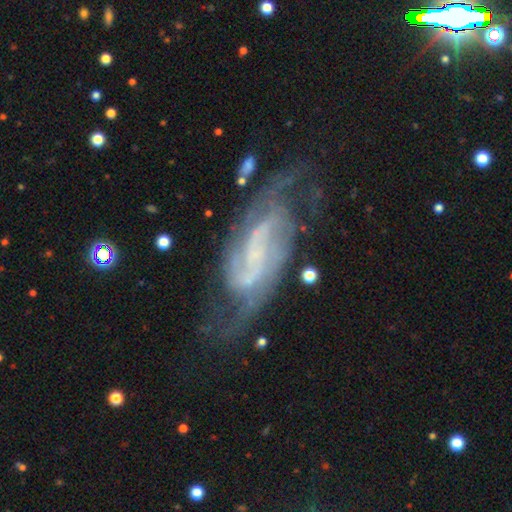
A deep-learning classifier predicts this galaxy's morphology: Smooth or featured?
  - featured or disk: 86% *
  - smooth: 7%
  - star or artifact: 7%
Edge-on disk?
  - no: 94% *
  - yes: 6%
Bar?
  - weak: 44% *
  - no: 32%
  - strong: 24%
Spiral arms?
  - yes: 95% *
  - no: 5%
Spiral winding?
  - medium: 47% *
  - tight: 32%
  - loose: 20%
Spiral arm count?
  - 2: 63% *
  - can't tell: 16%
  - 3: 10%
  - 4: 4%
  - 1: 4%
  - more than 4: 3%
Bulge size?
  - small: 46% *
  - none: 40%
  - moderate: 11%
  - large: 2%
  - dominant: 1%
Merging?
  - none: 64% *
  - minor disturbance: 20%
  - major disturbance: 13%
  - merger: 3%